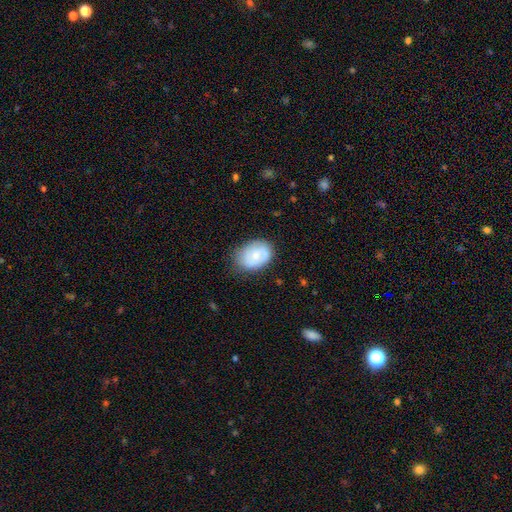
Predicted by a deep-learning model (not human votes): A smooth galaxy with no disk features (65%) that is in between round and cigar-shaped (74%).

Vote fractions:
- Smooth or featured? smooth: 65% / featured or disk: 28% / star or artifact: 7%
- How rounded? in between: 74% / round: 25% / cigar-shaped: 1%
- Merging? none: 69% / minor disturbance: 24% / major disturbance: 6% / merger: 2%